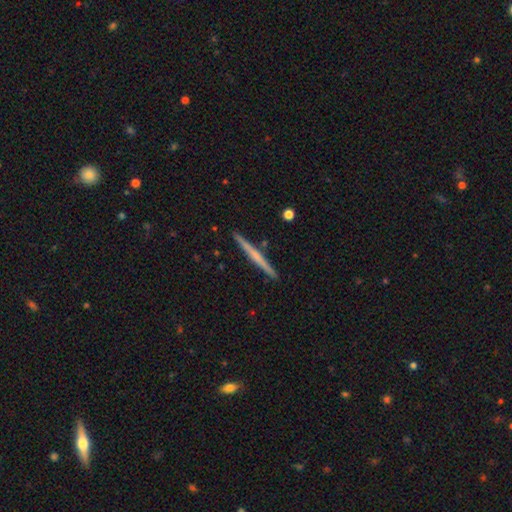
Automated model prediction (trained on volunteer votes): Morphology: type=featured or disk (58%); edge-on=yes (98%); edge-on bulge=none (60%); merging=none (92%).